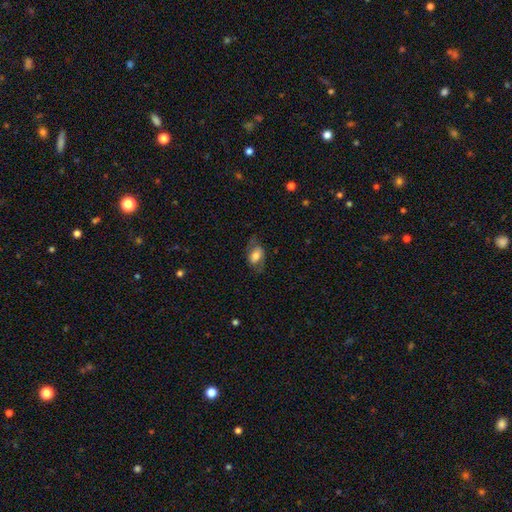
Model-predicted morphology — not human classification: A smooth galaxy with no disk features (60%) that is in between round and cigar-shaped (87%). Merging: none (63%).